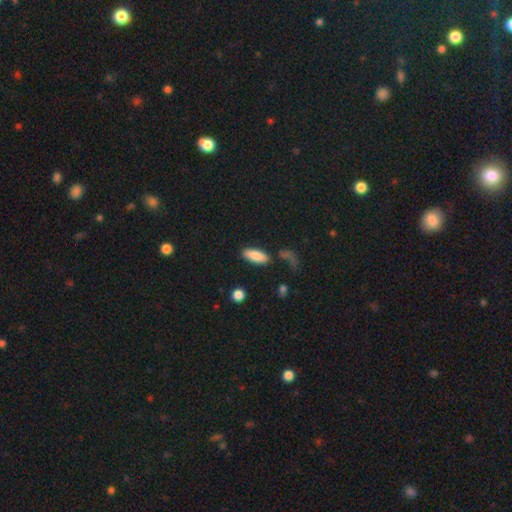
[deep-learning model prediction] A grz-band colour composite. It shows a smooth galaxy with no disk features (85%) that is in between round and cigar-shaped (71%). Merging: none (78%).